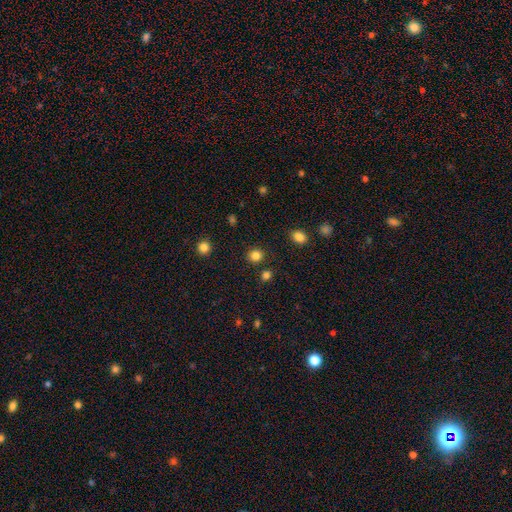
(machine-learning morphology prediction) A smooth galaxy with no disk features (83%) that is round (88%). Merging: none (89%).